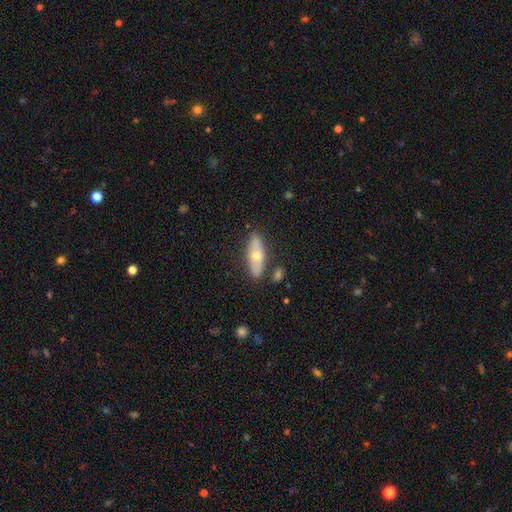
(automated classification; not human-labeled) Smooth or featured? smooth (50%)
Merging? none (83%)